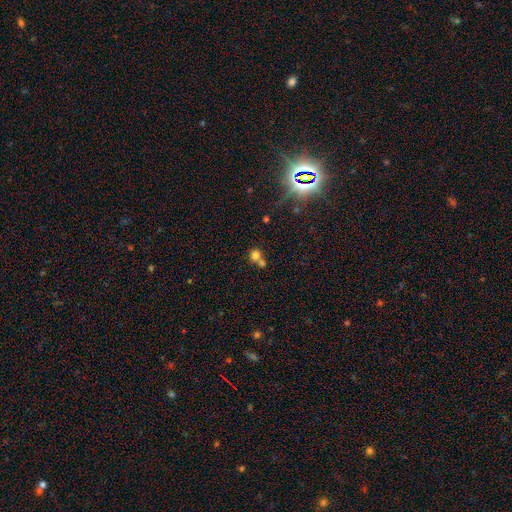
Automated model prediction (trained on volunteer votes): Q: Smooth or featured?
A: smooth (75%); runner-up: star or artifact (15%)
Q: How rounded?
A: round (85%); runner-up: in between (14%)
Q: Merging?
A: none (46%); runner-up: merger (44%)